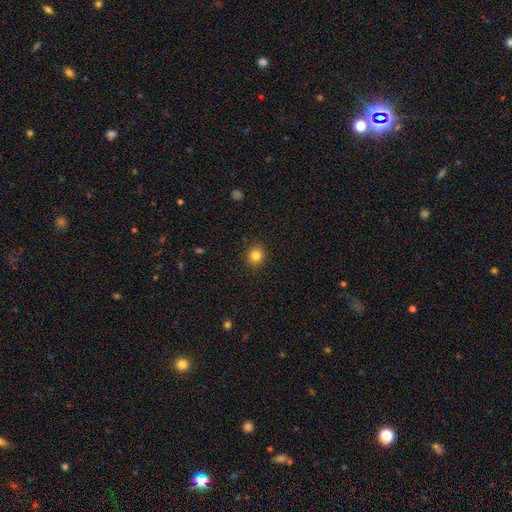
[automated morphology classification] The model was most divided on "smooth or featured": smooth: 83%, star or artifact: 11%, featured or disk: 6%. More confident: merging — none (91%); how rounded — round (87%).